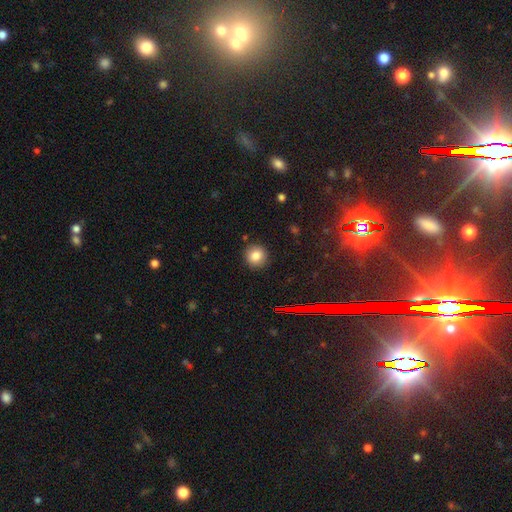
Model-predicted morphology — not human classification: smooth 82%, star or artifact 11%, featured or disk 7%. Down the decision tree: how rounded — round (92%); merging — none (90%).